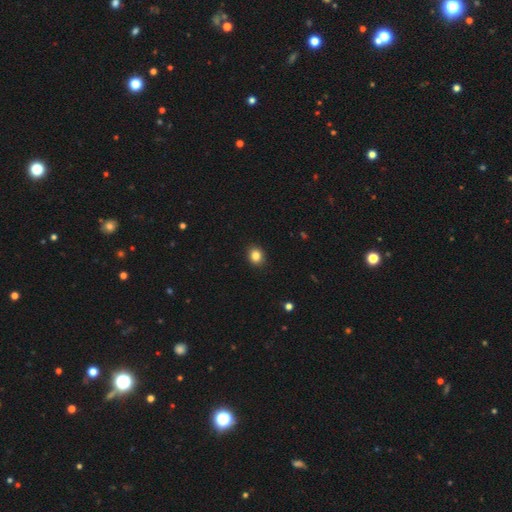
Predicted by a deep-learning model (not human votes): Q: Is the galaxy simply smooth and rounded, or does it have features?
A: smooth — 85%.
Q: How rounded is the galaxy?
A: round — 66%.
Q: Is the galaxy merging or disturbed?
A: none — 90%.